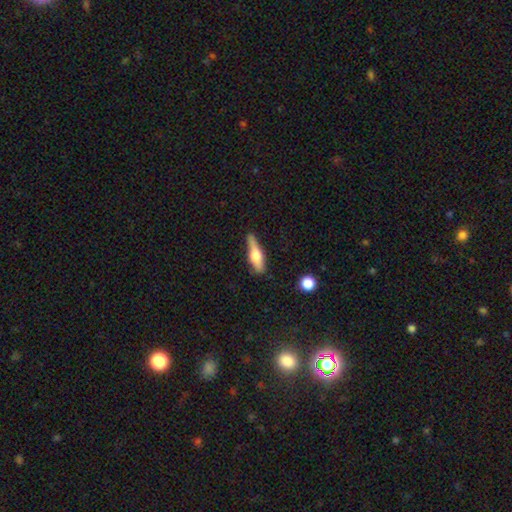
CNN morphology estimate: A smooth galaxy with no disk features (50%).

Vote fractions:
- Smooth or featured? smooth: 50% / featured or disk: 44% / star or artifact: 6%
- Merging? none: 70% / minor disturbance: 22% / major disturbance: 5% / merger: 3%